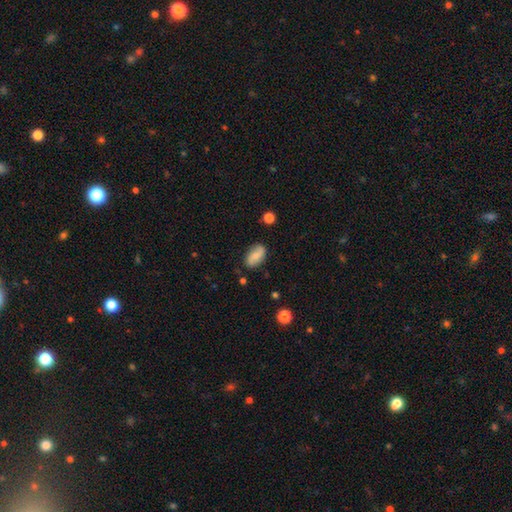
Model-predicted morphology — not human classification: Smooth or featured?
  - smooth: 60% *
  - featured or disk: 32%
  - star or artifact: 8%
How rounded?
  - in between: 91% *
  - round: 6%
  - cigar-shaped: 3%
Merging?
  - none: 79% *
  - minor disturbance: 15%
  - major disturbance: 3%
  - merger: 2%